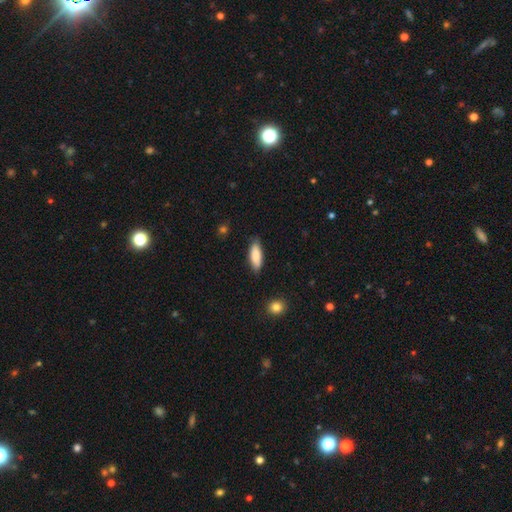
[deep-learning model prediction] Smooth or featured? smooth (86%)
How rounded? in between (64%)
Merging? none (83%)